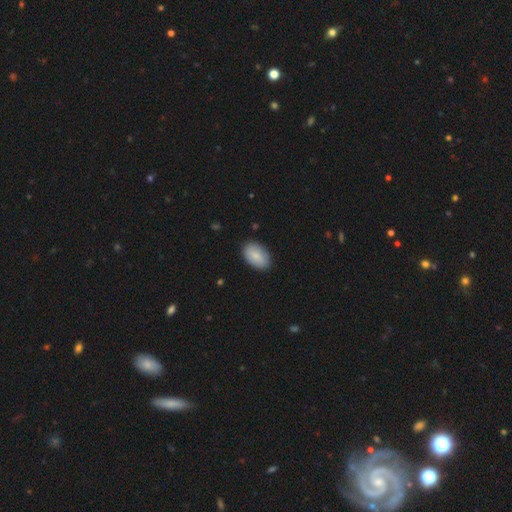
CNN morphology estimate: A smooth galaxy with no disk features (84%) that is in between round and cigar-shaped (93%). Merging: none (86%).